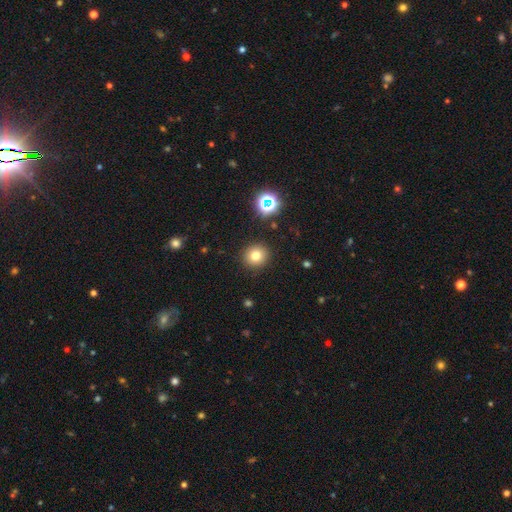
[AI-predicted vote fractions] smooth 75%, star or artifact 17%, featured or disk 9%. Down the decision tree: how rounded — round (92%); merging — none (90%).